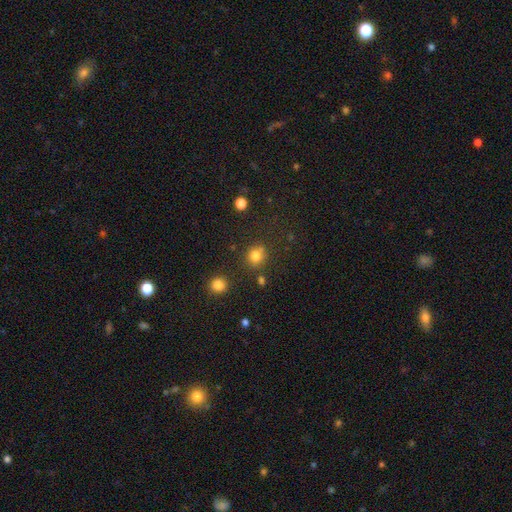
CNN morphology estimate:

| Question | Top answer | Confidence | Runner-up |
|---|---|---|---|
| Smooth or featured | smooth | 79% | star or artifact (15%) |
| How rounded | round | 83% | in between (16%) |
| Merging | none | 74% | minor disturbance (12%) |